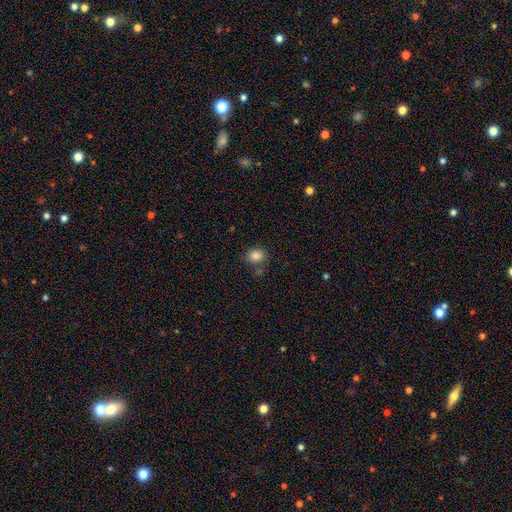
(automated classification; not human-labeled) The model was most divided on "how rounded": round: 68%, in between: 31%, cigar-shaped: 1%. More confident: smooth or featured — smooth (85%); merging — none (71%).